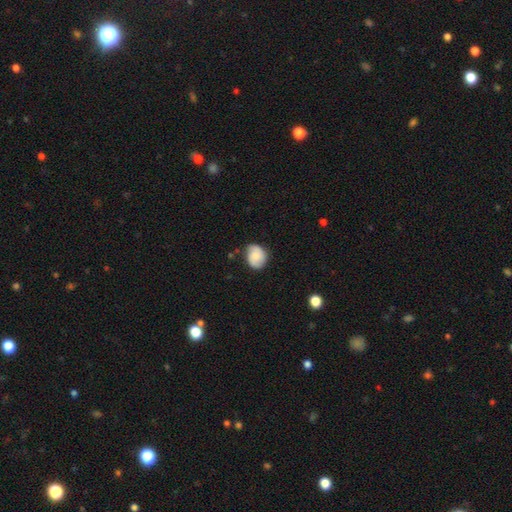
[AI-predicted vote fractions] Smooth or featured? smooth (54%)
How rounded? round (54%)
Merging? none (70%)